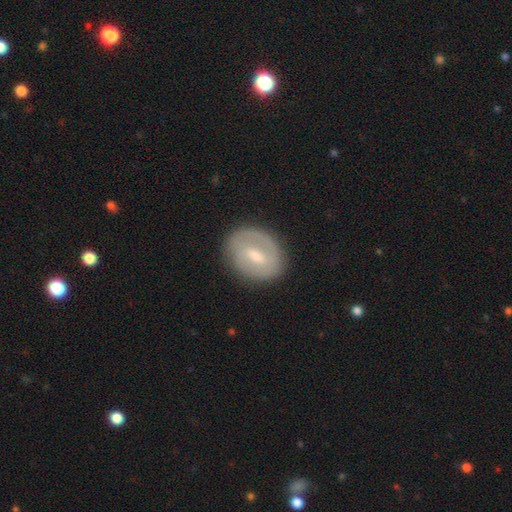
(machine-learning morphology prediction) Smooth or featured? Predicted: featured or disk (p=0.53). Edge-on disk? Predicted: no (p=0.95). Bar? Predicted: weak (p=0.51). Spiral arms? Predicted: yes (p=0.51). Bulge size? Predicted: moderate (p=0.56). Merging? Predicted: none (p=0.78).